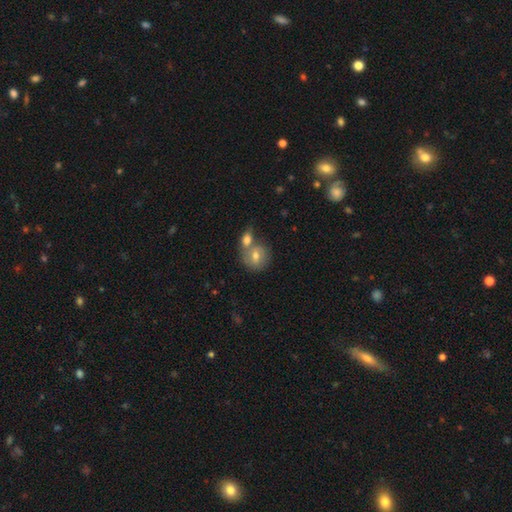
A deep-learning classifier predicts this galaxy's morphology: Overall: smooth (70%). How rounded: round (71%). Merging: merger (50%; none 38%).